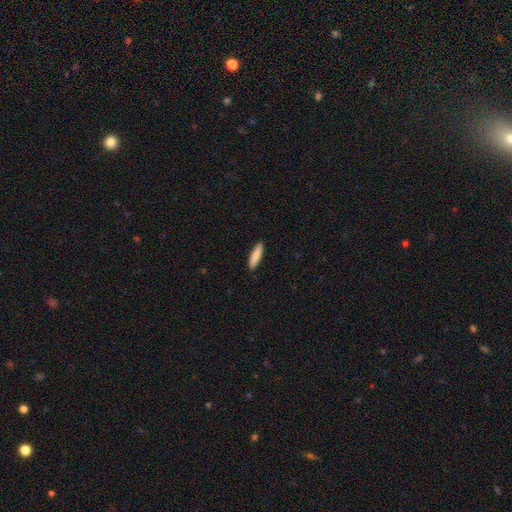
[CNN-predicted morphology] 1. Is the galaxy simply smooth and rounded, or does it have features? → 88% smooth, 7% featured or disk, 5% star or artifact.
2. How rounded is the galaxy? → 75% cigar-shaped, 24% in between, 1% round.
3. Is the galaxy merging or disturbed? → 90% none, 8% minor disturbance, 2% major disturbance, 1% merger.